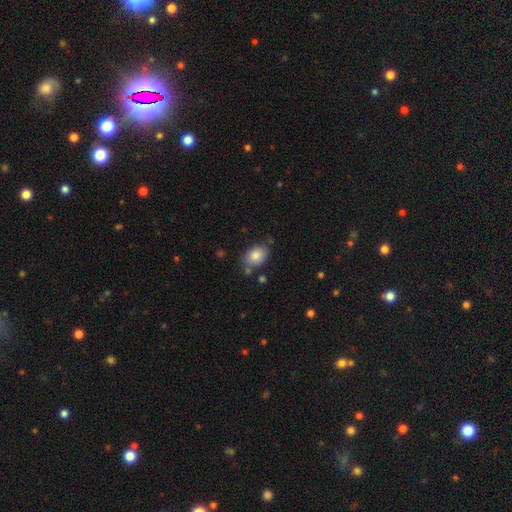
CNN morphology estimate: This appears to be a smooth galaxy with no disk features (83%) that is in between round and cigar-shaped (77%). Merging: none (73%).